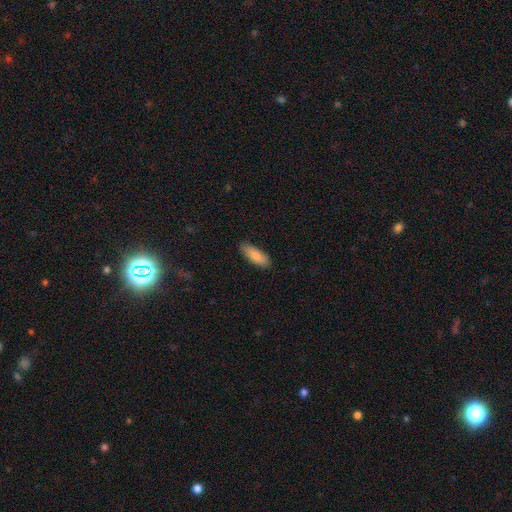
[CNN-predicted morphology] Q: Smooth or featured?
A: smooth (85%); runner-up: featured or disk (9%)
Q: How rounded?
A: in between (66%); runner-up: cigar-shaped (32%)
Q: Merging?
A: none (85%); runner-up: minor disturbance (11%)